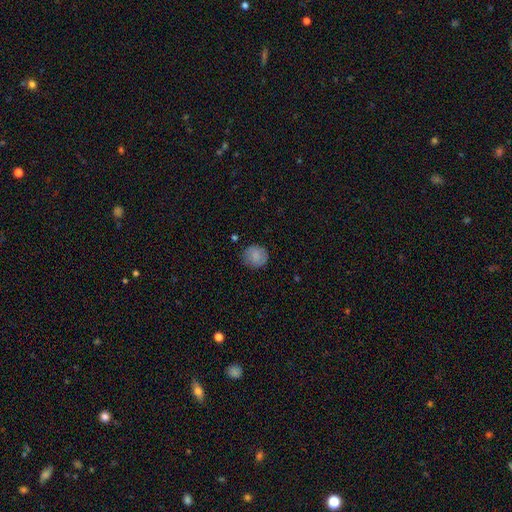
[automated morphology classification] A smooth galaxy with no disk features (85%) that is round (86%). Merging: none (84%).